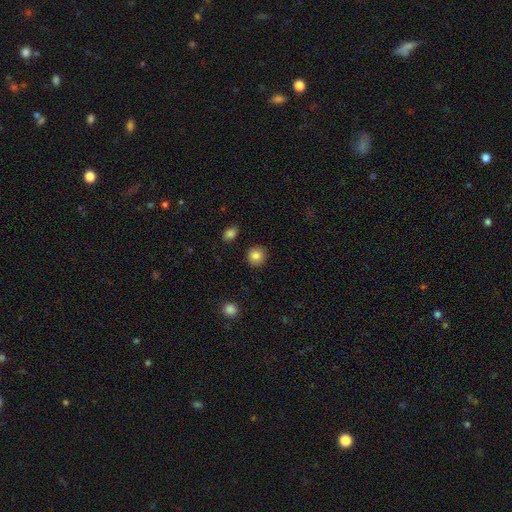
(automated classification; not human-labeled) smooth_or_featured: smooth (p=0.85) [alt: star or artifact p=0.09]
how_rounded: round (p=0.90) [alt: in between p=0.09]
merging: none (p=0.90) [alt: minor disturbance p=0.06]